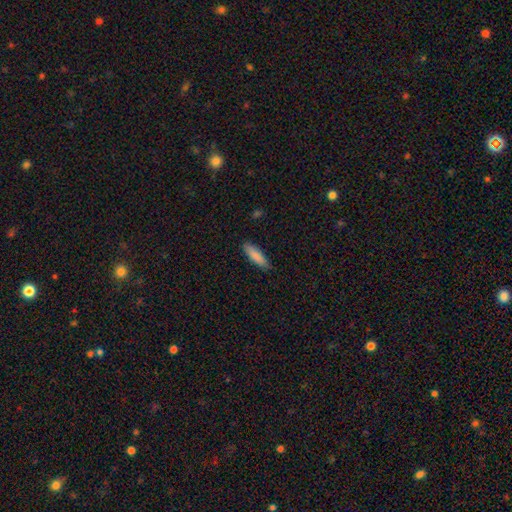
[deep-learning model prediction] This is clearly a smooth galaxy (86%). How rounded: likely cigar-shaped (61%). Merging: clearly none (85%).